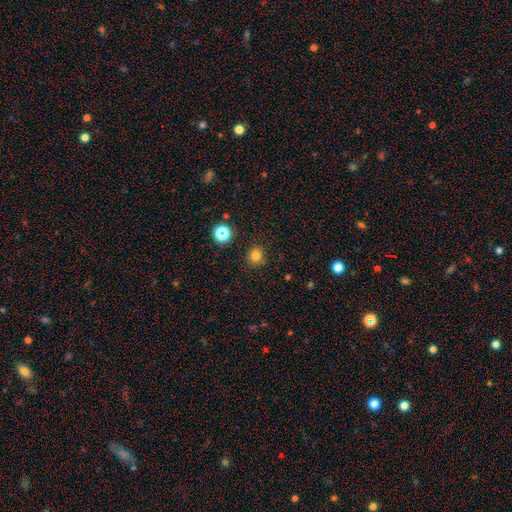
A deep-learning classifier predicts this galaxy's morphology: This is likely a smooth galaxy (77%). How rounded: likely round (80%). Merging: clearly none (86%).